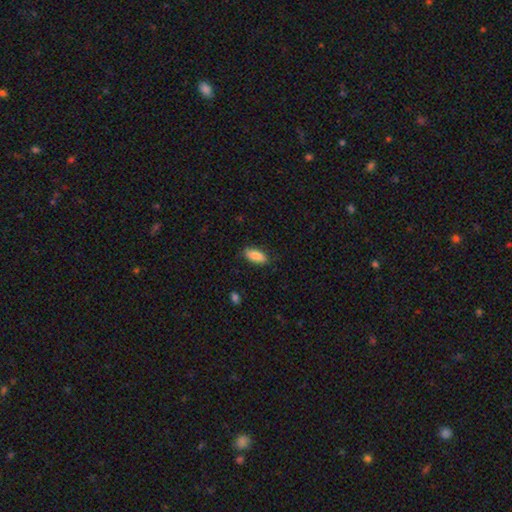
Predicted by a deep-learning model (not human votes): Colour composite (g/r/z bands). It shows a smooth galaxy with no disk features (85%) that is in between round and cigar-shaped (83%). Merging: none (84%).